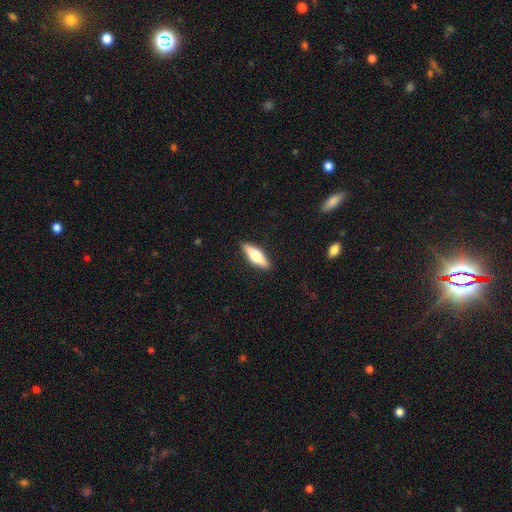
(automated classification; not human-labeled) This is possibly a smooth galaxy (51%). How rounded: possibly cigar-shaped (53%). Merging: clearly none (90%).